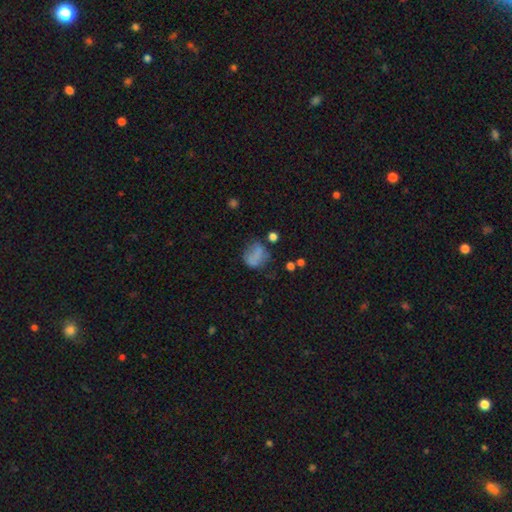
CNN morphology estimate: smooth 70%, featured or disk 17%, star or artifact 13%. Down the decision tree: how rounded — round (50%); merging — none (44%).